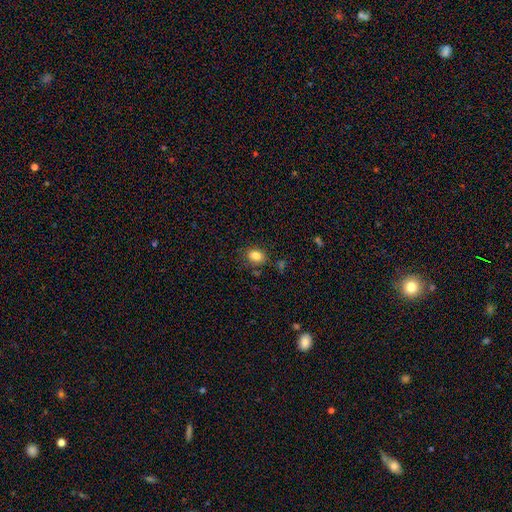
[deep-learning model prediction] This appears to be a smooth galaxy with no disk features (83%) that is in between round and cigar-shaped (63%). Merging: none (79%).